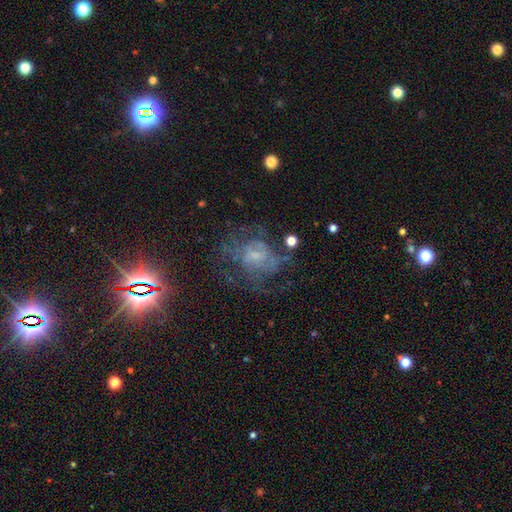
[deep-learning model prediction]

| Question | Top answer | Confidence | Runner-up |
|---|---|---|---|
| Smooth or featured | featured or disk | 60% | star or artifact (21%) |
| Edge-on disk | no | 97% | yes (3%) |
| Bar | no | 53% | weak (38%) |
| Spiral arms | yes | 63% | no (37%) |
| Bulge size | small | 52% | none (24%) |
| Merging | none | 53% | major disturbance (25%) |